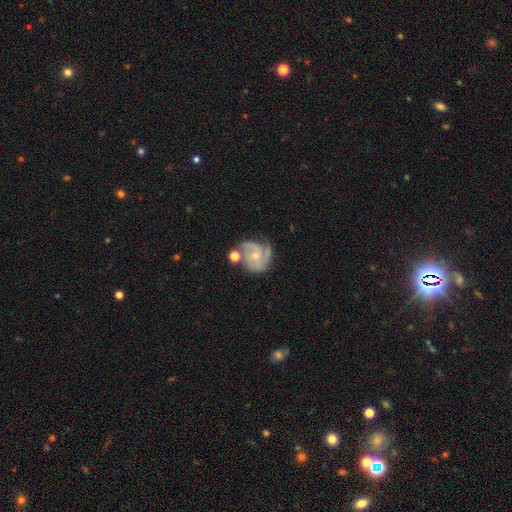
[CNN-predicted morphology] Smooth or featured?
  - featured or disk: 82% *
  - smooth: 11%
  - star or artifact: 6%
Edge-on disk?
  - no: 98% *
  - yes: 2%
Bar?
  - no: 70% *
  - weak: 25%
  - strong: 5%
Spiral arms?
  - yes: 96% *
  - no: 4%
Spiral winding?
  - tight: 45% *
  - medium: 43%
  - loose: 12%
Spiral arm count?
  - 3: 44% *
  - 2: 29%
  - can't tell: 13%
  - 4: 6%
  - 1: 5%
  - more than 4: 4%
Bulge size?
  - small: 69% *
  - moderate: 27%
  - none: 3%
  - large: 1%
  - dominant: 1%
Merging?
  - none: 54% *
  - minor disturbance: 22%
  - major disturbance: 12%
  - merger: 11%